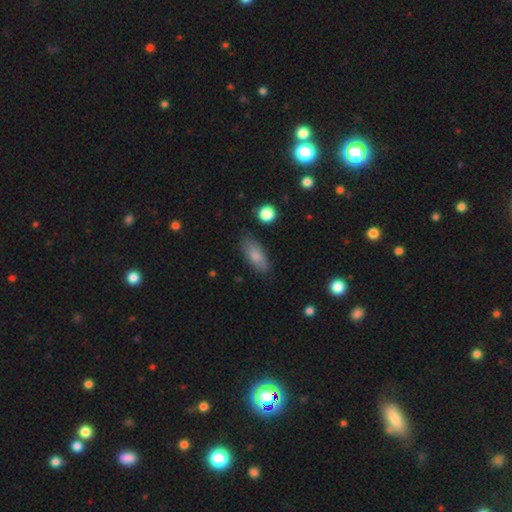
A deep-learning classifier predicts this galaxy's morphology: This appears to be a smooth galaxy with no disk features (80%) that is in between round and cigar-shaped (80%). Merging: none (77%).